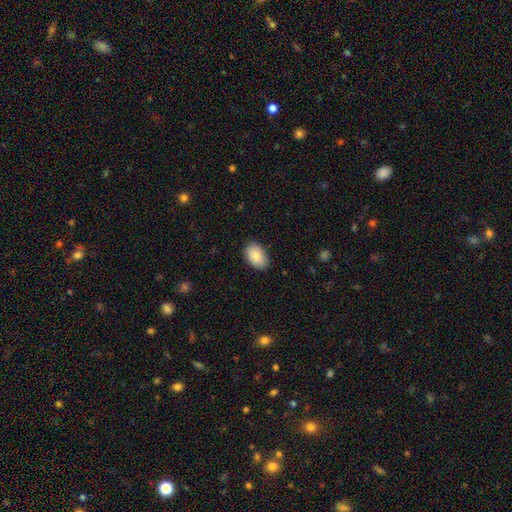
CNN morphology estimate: This is clearly a smooth galaxy (86%). How rounded: clearly in between (90%). Merging: clearly none (85%).